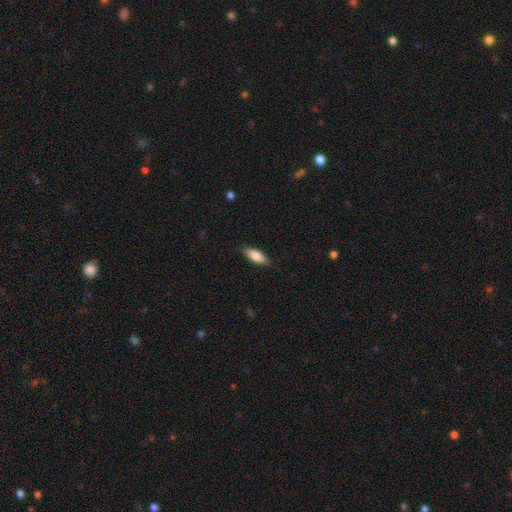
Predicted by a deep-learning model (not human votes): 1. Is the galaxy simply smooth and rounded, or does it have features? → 76% smooth, 18% featured or disk, 6% star or artifact.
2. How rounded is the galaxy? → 73% in between, 25% cigar-shaped, 2% round.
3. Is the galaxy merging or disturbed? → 83% none, 13% minor disturbance, 3% major disturbance, 1% merger.